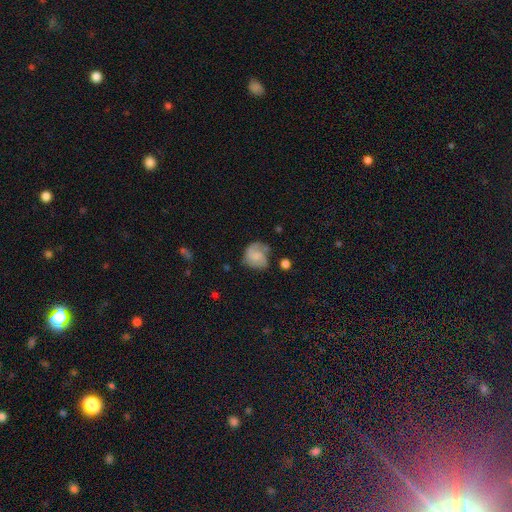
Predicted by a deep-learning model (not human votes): This is possibly a featured or disk galaxy (51%). It is clearly not viewed edge-on (98%). Bar: likely no (64%). Spiral arm pattern: clearly yes (85%). Central bulge: marginally none (38%). Merging: possibly none (52%).